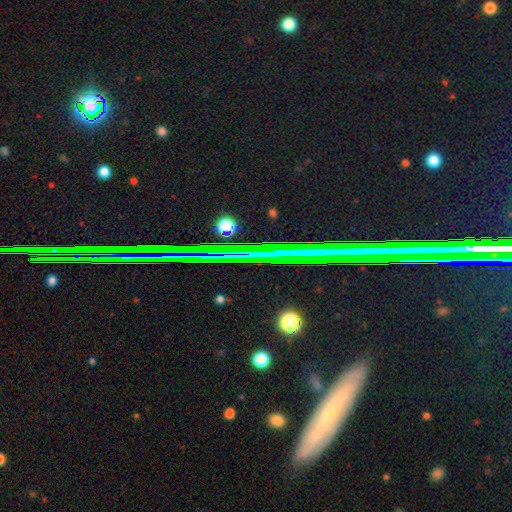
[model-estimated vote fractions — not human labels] Smooth or featured: star or artifact — 65% (smooth — 18%)